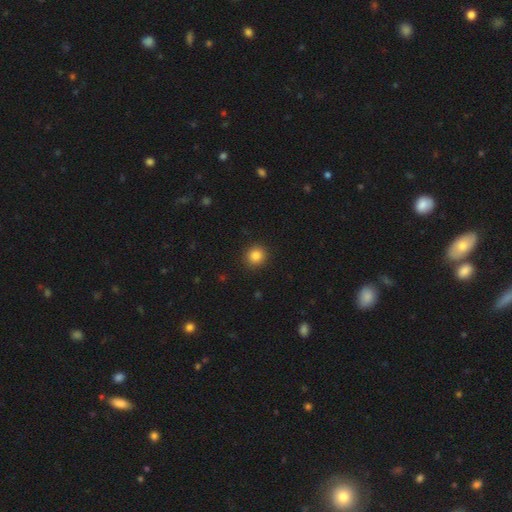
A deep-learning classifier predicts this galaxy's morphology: Smooth or featured? smooth (85%)
How rounded? round (89%)
Merging? none (91%)